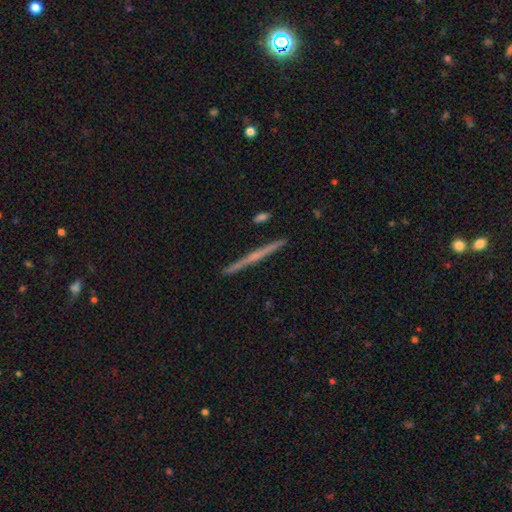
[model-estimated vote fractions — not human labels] smooth-or-featured: featured or disk: 71% | smooth: 23% | star or artifact: 6%
  disk-edge-on: yes: 98% | no: 2%
    edge-on-bulge: none: 53% | rounded: 40% | boxy: 7%
  merging: none: 93% | minor disturbance: 5% | merger: 1% | major disturbance: 1%